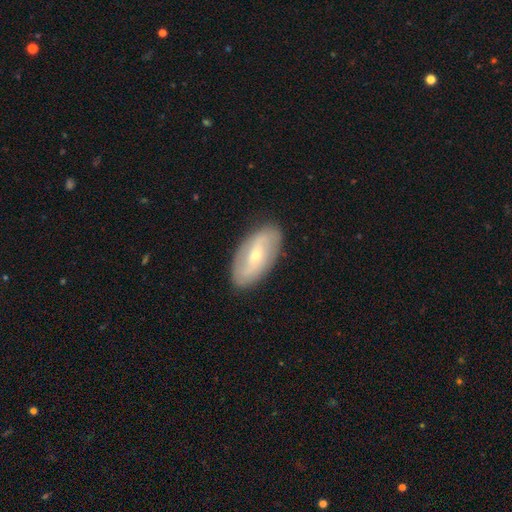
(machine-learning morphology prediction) type=featured or disk (67%); edge-on=no (91%); bar=weak (41%); spiral arms=yes (73%); bulge=small (66%); merging=none (86%).